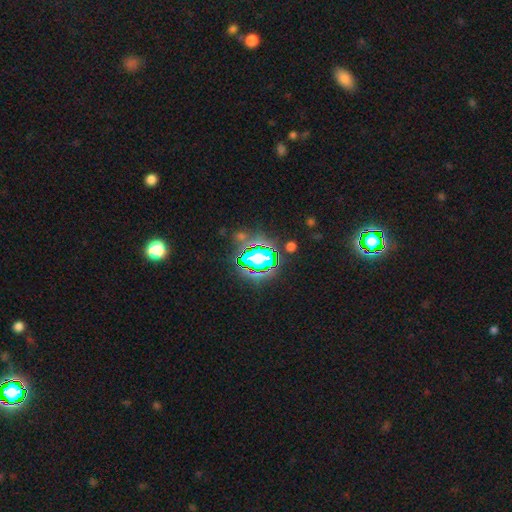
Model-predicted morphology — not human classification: This appears to be a star or artifact, not a galaxy (81%).